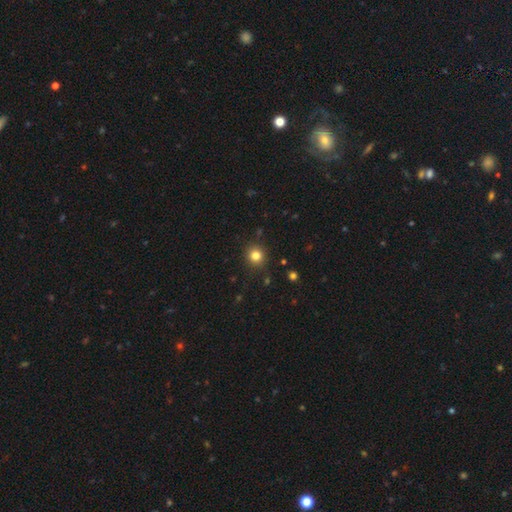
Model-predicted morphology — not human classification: smooth_or_featured: smooth (p=0.81) [alt: star or artifact p=0.13]
how_rounded: round (p=0.88) [alt: in between p=0.11]
merging: none (p=0.89) [alt: minor disturbance p=0.07]